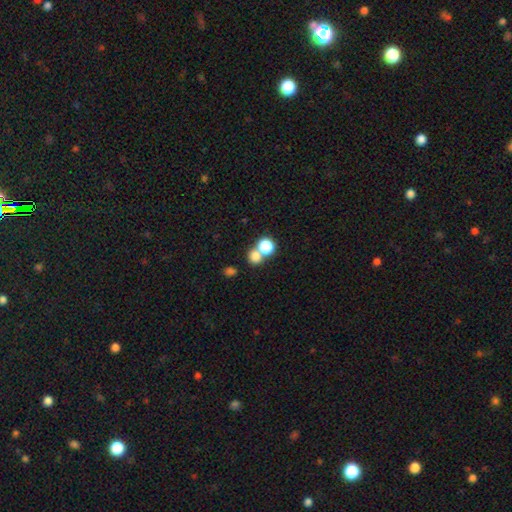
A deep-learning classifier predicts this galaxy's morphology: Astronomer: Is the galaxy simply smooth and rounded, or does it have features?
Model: smooth — 75%.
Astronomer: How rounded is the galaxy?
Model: round — 77%.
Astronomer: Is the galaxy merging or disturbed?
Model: none — 48% (runner-up: merger, 43%).